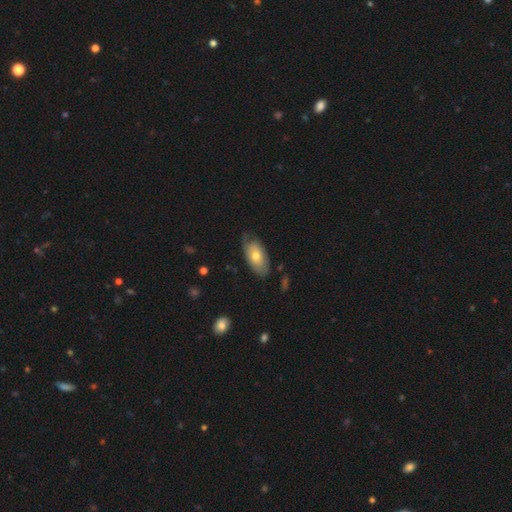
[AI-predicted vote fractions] Smooth or featured: smooth — 61% (featured or disk — 32%)
How rounded: in between — 92% (round — 4%)
Merging: none — 63% (minor disturbance — 28%)